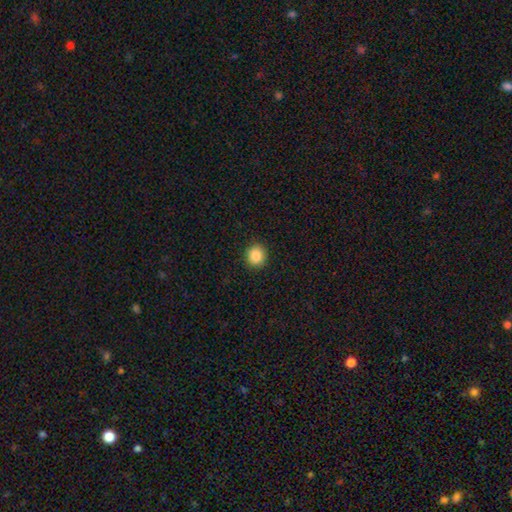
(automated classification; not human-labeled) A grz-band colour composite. It shows a smooth galaxy with no disk features (86%) that is round (88%). Merging: none (92%).